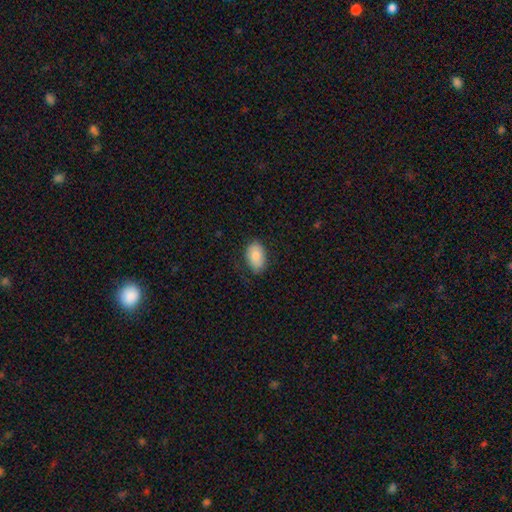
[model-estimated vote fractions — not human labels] Q: Smooth or featured?
A: smooth (82%); runner-up: featured or disk (12%)
Q: How rounded?
A: in between (90%); runner-up: round (9%)
Q: Merging?
A: none (75%); runner-up: minor disturbance (19%)